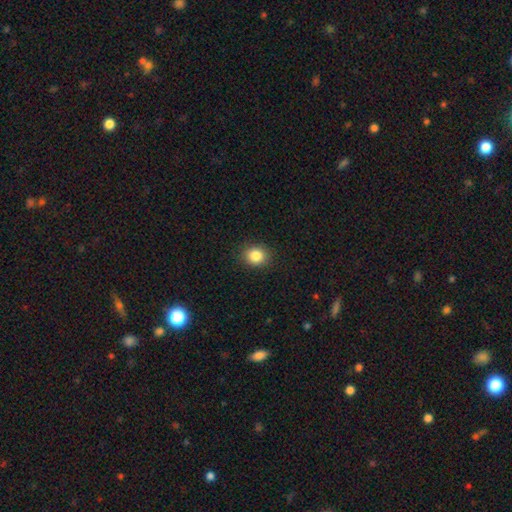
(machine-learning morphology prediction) Smooth or featured? Predicted: smooth (p=0.85). How rounded? Predicted: round (p=0.73). Merging? Predicted: none (p=0.90).